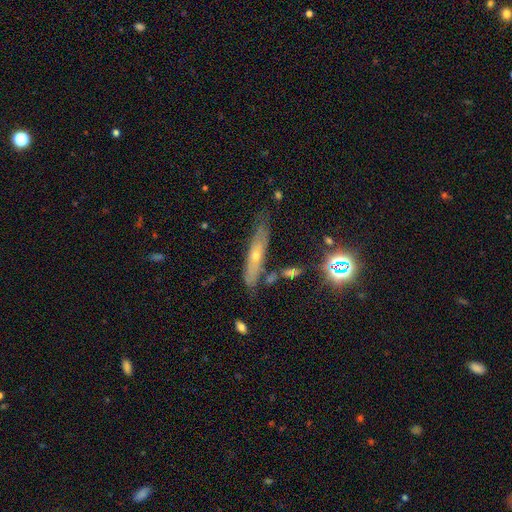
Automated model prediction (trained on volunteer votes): Smooth or featured: featured or disk — 52% (smooth — 35%)
Edge-on disk: yes — 67% (no — 33%)
Merging: none — 67% (minor disturbance — 22%)